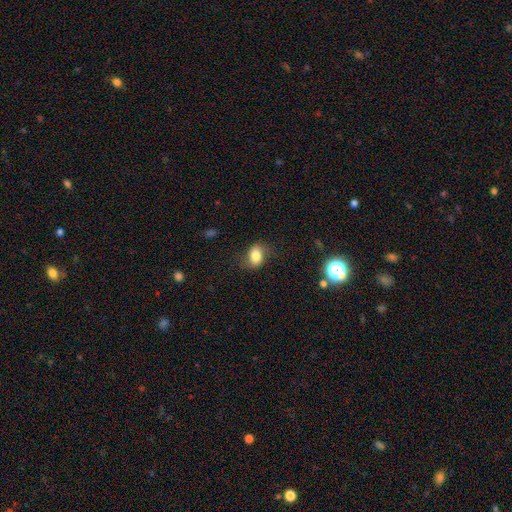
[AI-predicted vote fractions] Smooth or featured? Predicted: smooth (p=0.77). How rounded? Predicted: in between (p=0.73). Merging? Predicted: none (p=0.72).